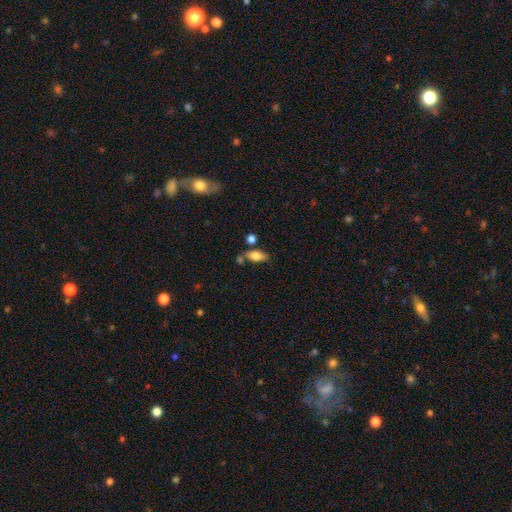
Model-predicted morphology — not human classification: This is likely a smooth galaxy (79%). How rounded: clearly in between (86%). Merging: likely none (62%).